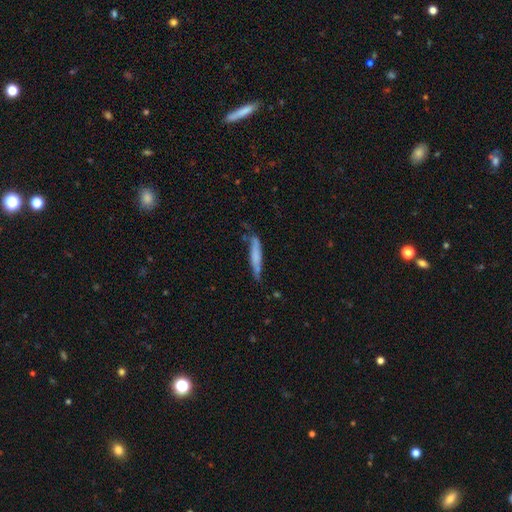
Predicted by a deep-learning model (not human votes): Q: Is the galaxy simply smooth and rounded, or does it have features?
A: smooth — 59%.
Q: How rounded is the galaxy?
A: cigar-shaped — 92%.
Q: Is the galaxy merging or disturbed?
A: none — 63%.